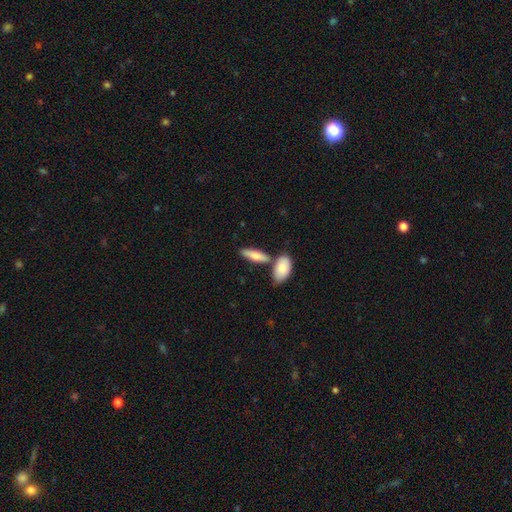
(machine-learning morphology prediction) Smooth or featured? Predicted: smooth (p=0.76). How rounded? Predicted: in between (p=0.58). Merging? Predicted: none (p=0.59).